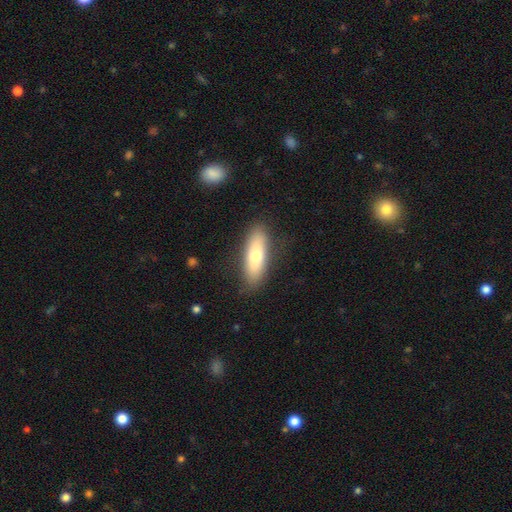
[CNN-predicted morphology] Smooth or featured: smooth — 69% (featured or disk — 25%)
How rounded: in between — 56% (cigar-shaped — 42%)
Merging: none — 85% (minor disturbance — 11%)